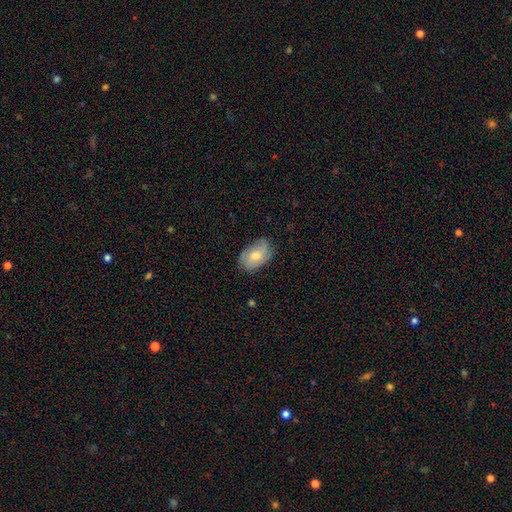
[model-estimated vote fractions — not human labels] smooth_or_featured: smooth (p=0.67) [alt: featured or disk p=0.27]
how_rounded: in between (p=0.90) [alt: round p=0.09]
merging: none (p=0.73) [alt: minor disturbance p=0.22]